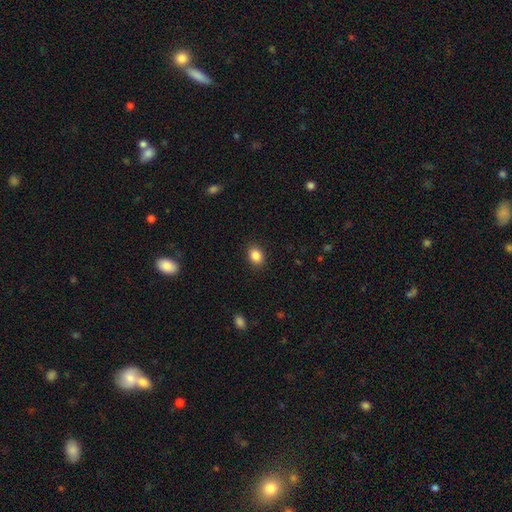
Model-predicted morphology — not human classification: A smooth galaxy with no disk features (87%) that is in between round and cigar-shaped (59%).

Vote fractions:
- Smooth or featured? smooth: 87% / star or artifact: 9% / featured or disk: 4%
- How rounded? in between: 59% / round: 40% / cigar-shaped: 1%
- Merging? none: 89% / minor disturbance: 8% / major disturbance: 2% / merger: 1%